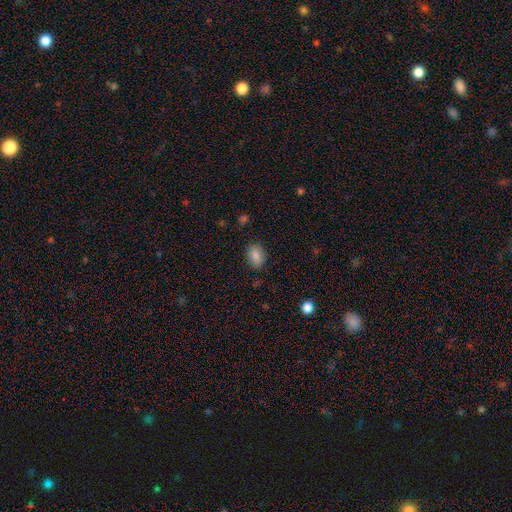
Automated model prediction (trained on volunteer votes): This is clearly a smooth galaxy (84%). How rounded: likely in between (77%). Merging: clearly none (86%).